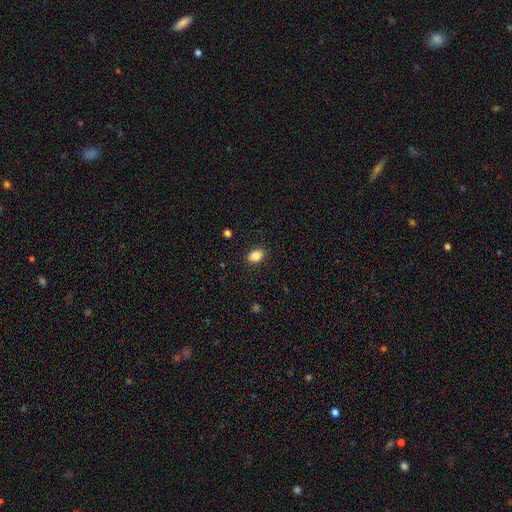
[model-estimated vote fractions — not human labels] This is clearly a smooth galaxy (86%). How rounded: clearly in between (83%). Merging: clearly none (89%).